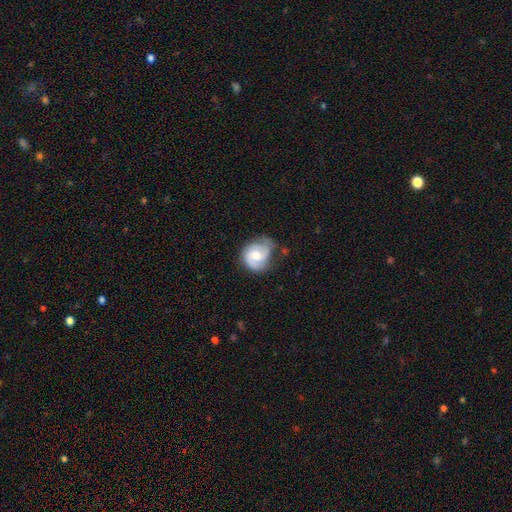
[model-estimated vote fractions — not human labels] Smooth or featured: featured or disk — 65% (smooth — 29%)
Edge-on disk: no — 98% (yes — 2%)
Bar: no — 63% (weak — 32%)
Spiral arms: yes — 91% (no — 9%)
Spiral winding: medium — 43% (tight — 38%)
Spiral arm count: 2 — 66% (1 — 14%)
Bulge size: moderate — 67% (small — 21%)
Merging: none — 54% (minor disturbance — 31%)